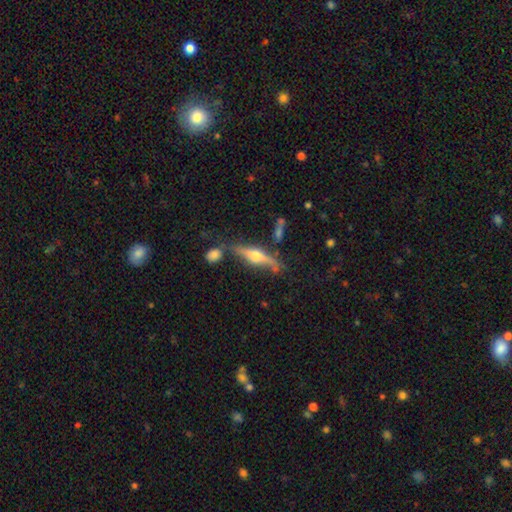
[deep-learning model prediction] Smooth or featured: featured or disk — 75% (smooth — 18%)
Edge-on disk: yes — 95% (no — 5%)
Edge-on bulge: rounded — 95% (boxy — 3%)
Merging: none — 71% (minor disturbance — 16%)